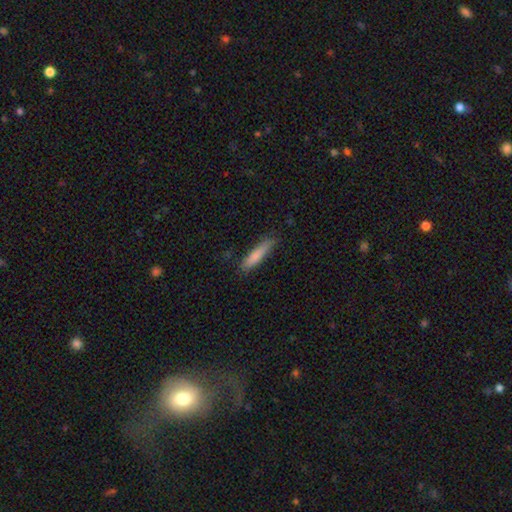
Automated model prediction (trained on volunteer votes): Morphology: type=smooth (80%); roundness=cigar-shaped (84%); merging=none (81%).